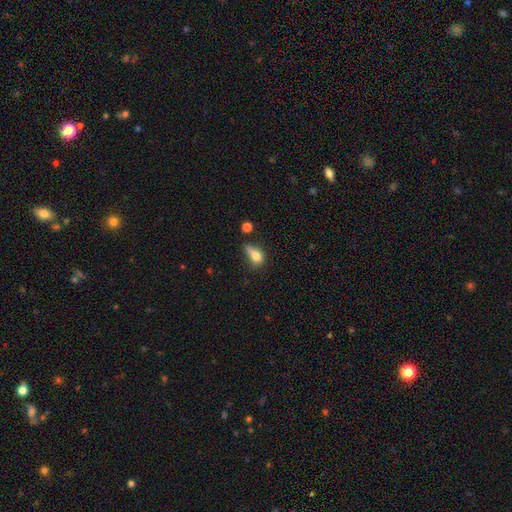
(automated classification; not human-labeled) Smooth or featured?
  - smooth: 70% *
  - featured or disk: 19%
  - star or artifact: 11%
How rounded?
  - in between: 66% *
  - round: 25%
  - cigar-shaped: 9%
Merging?
  - minor disturbance: 31% *
  - major disturbance: 29%
  - none: 27%
  - merger: 12%